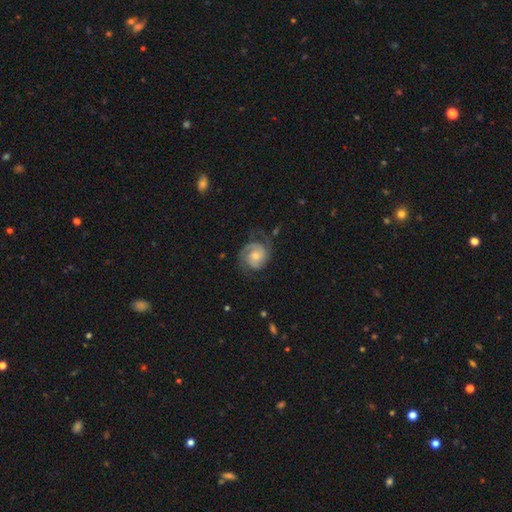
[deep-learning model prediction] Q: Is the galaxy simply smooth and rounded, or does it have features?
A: featured or disk — 80%.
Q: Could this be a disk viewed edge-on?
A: no — 98%.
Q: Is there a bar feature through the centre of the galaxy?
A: no — 70%.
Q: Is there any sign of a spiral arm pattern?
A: yes — 96%.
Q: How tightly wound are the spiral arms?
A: tight — 49%.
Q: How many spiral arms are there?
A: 2 — 72%.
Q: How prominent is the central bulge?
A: small — 47%.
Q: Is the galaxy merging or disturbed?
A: none — 63%.